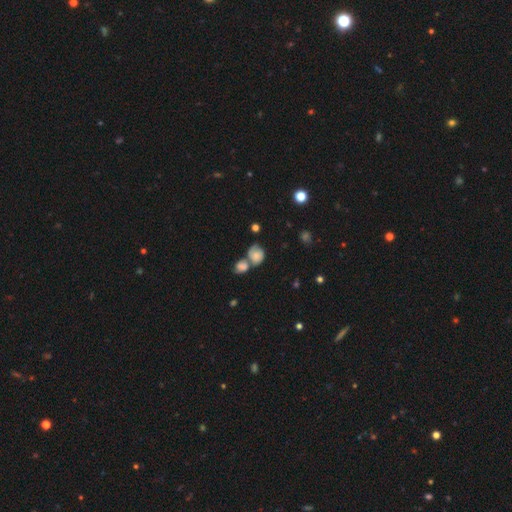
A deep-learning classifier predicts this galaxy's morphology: Smooth or featured: smooth — 61% (featured or disk — 29%)
How rounded: round — 62% (in between — 37%)
Merging: merger — 48% (none — 32%)